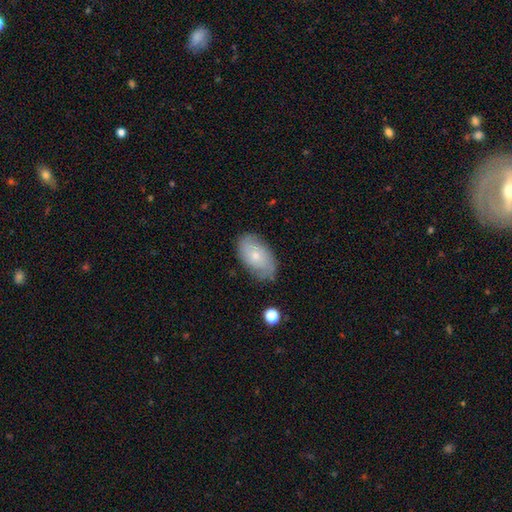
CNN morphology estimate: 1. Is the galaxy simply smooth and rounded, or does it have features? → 53% smooth, 40% featured or disk, 7% star or artifact.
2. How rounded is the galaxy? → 93% in between, 6% round, 2% cigar-shaped.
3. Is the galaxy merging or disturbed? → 74% none, 19% minor disturbance, 5% major disturbance, 2% merger.